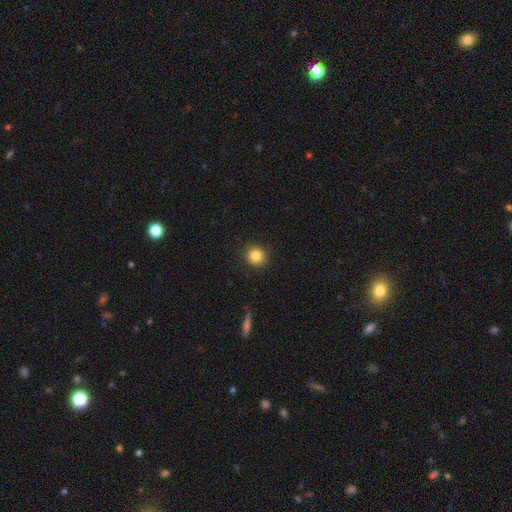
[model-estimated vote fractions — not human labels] Overall: smooth (85%). How rounded: round (93%). Merging: none (91%).